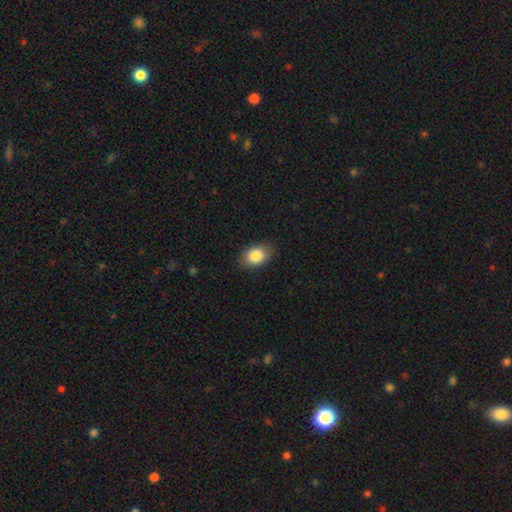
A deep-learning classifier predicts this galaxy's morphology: This is clearly a smooth galaxy (85%). How rounded: clearly in between (82%). Merging: clearly none (85%).